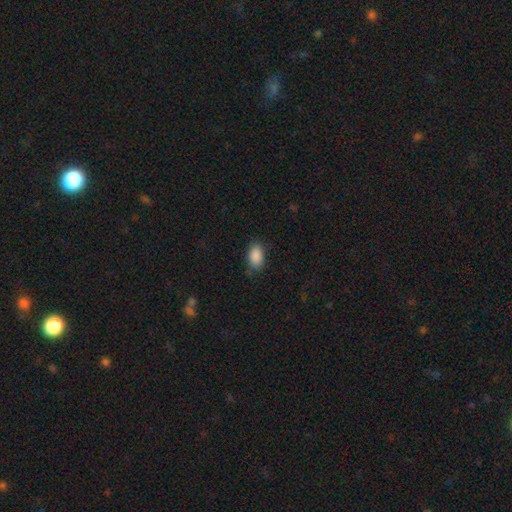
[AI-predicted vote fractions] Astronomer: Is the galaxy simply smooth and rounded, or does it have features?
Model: smooth — 89%.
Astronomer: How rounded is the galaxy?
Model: in between — 91%.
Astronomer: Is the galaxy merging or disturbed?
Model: none — 82%.